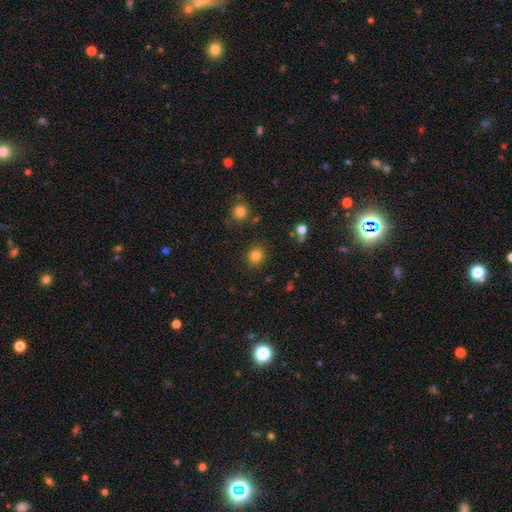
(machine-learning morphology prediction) This appears to be a smooth galaxy with no disk features (82%) that is round (88%). Merging: none (89%).